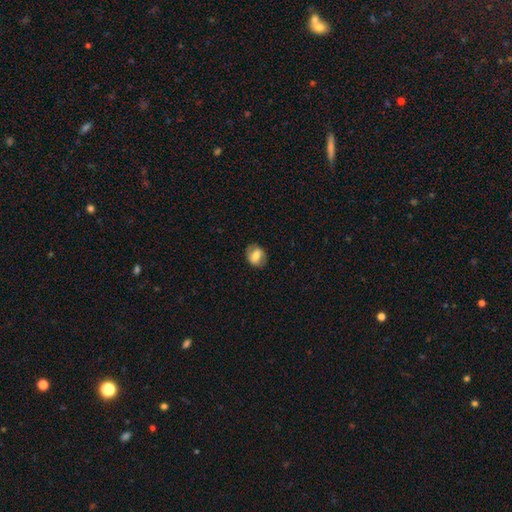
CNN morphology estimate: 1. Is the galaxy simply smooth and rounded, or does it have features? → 57% smooth, 35% featured or disk, 8% star or artifact.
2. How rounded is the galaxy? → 57% in between, 41% round, 2% cigar-shaped.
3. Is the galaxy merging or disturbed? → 81% none, 14% minor disturbance, 5% major disturbance, 1% merger.